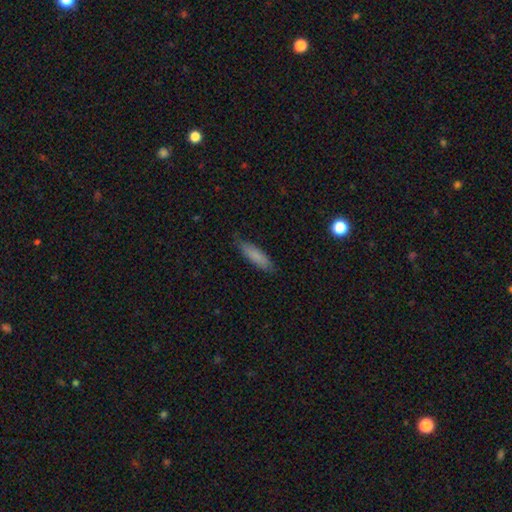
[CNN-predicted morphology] This appears to be a smooth galaxy with no disk features (83%) that is cigar-shaped (68%). Merging: none (82%).